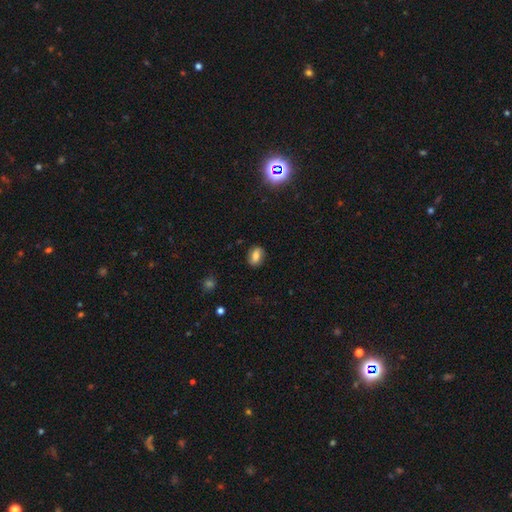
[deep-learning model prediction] This is likely a smooth galaxy (67%). How rounded: likely in between (71%). Merging: clearly none (84%).